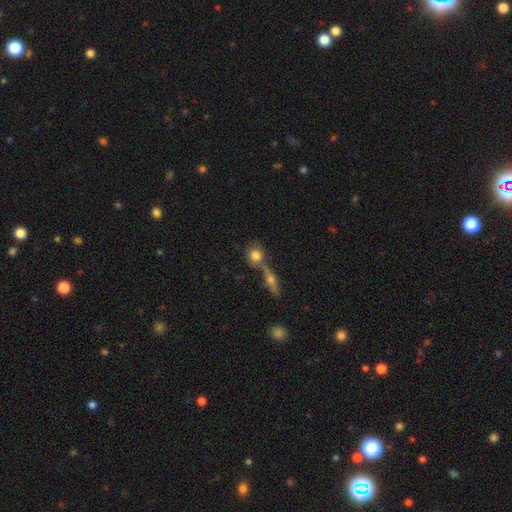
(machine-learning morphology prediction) Smooth or featured?
  - smooth: 76% *
  - featured or disk: 15%
  - star or artifact: 9%
How rounded?
  - round: 74% *
  - in between: 23%
  - cigar-shaped: 3%
Merging?
  - merger: 44% *
  - none: 42%
  - minor disturbance: 10%
  - major disturbance: 5%